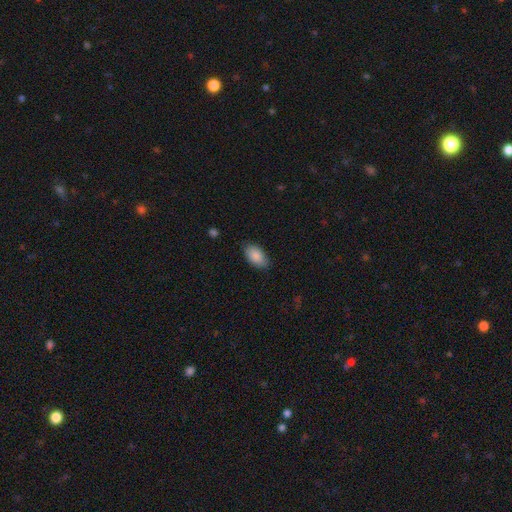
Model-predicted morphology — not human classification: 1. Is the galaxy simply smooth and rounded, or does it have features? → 87% smooth, 6% star or artifact, 6% featured or disk.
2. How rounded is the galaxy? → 94% in between, 4% round, 2% cigar-shaped.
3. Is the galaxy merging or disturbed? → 83% none, 14% minor disturbance, 3% major disturbance, 1% merger.